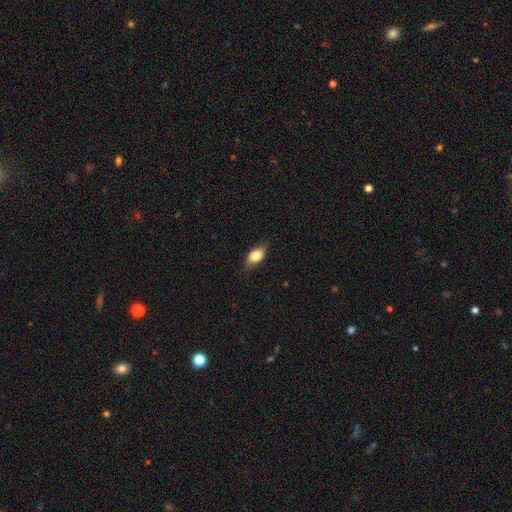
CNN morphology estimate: smooth_or_featured: smooth (p=0.80) [alt: featured or disk p=0.13]
how_rounded: in between (p=0.84) [alt: round p=0.10]
merging: none (p=0.77) [alt: minor disturbance p=0.18]